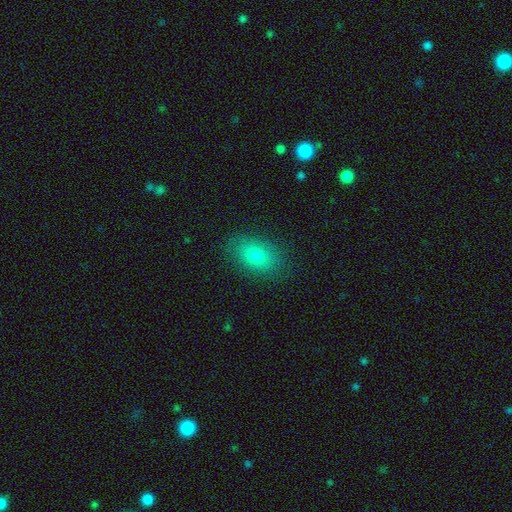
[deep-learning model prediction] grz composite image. It shows a smooth galaxy with no disk features (79%) that is in between round and cigar-shaped (86%). Merging: none (84%).